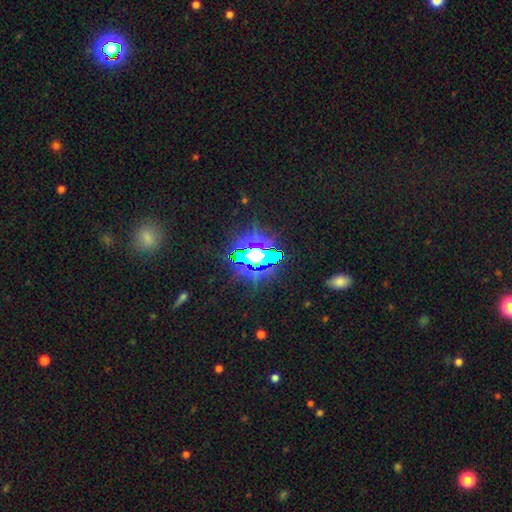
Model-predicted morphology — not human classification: Smooth or featured? star or artifact (68%)